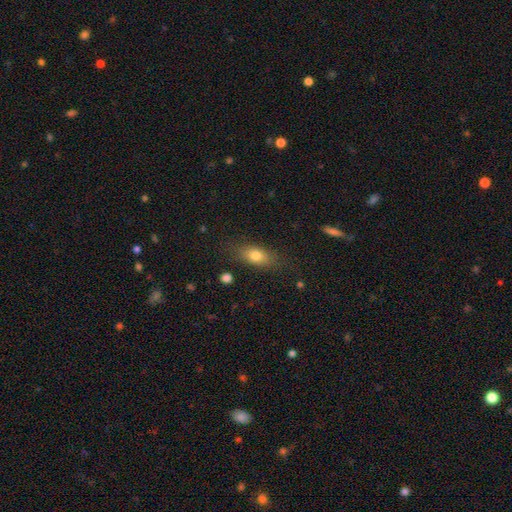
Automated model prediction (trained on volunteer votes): Smooth or featured? Predicted: smooth (p=0.75). How rounded? Predicted: in between (p=0.73). Merging? Predicted: none (p=0.78).